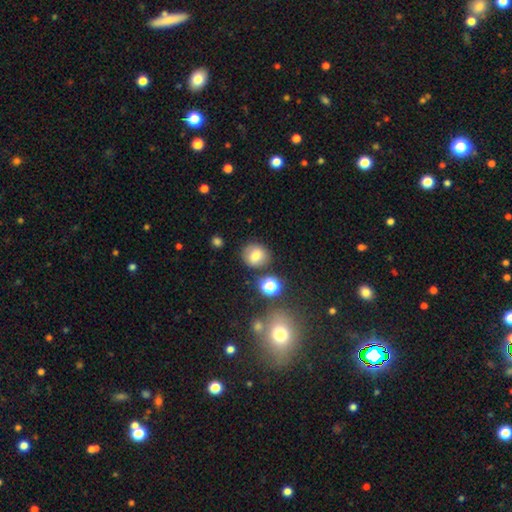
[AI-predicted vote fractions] smooth_or_featured: smooth (p=0.76) [alt: star or artifact p=0.13]
how_rounded: round (p=0.81) [alt: in between p=0.18]
merging: none (p=0.82) [alt: minor disturbance p=0.10]